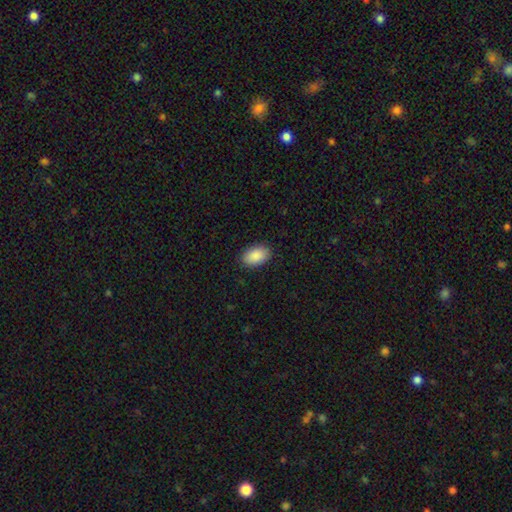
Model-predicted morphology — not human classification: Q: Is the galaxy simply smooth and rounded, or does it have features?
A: smooth — 90%.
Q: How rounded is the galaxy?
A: in between — 92%.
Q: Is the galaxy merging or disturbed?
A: none — 89%.